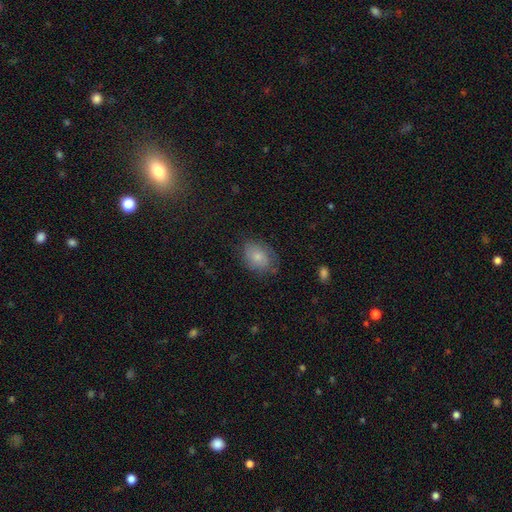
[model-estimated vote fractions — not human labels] Smooth or featured? Predicted: smooth (p=0.72). How rounded? Predicted: in between (p=0.68). Merging? Predicted: none (p=0.67).